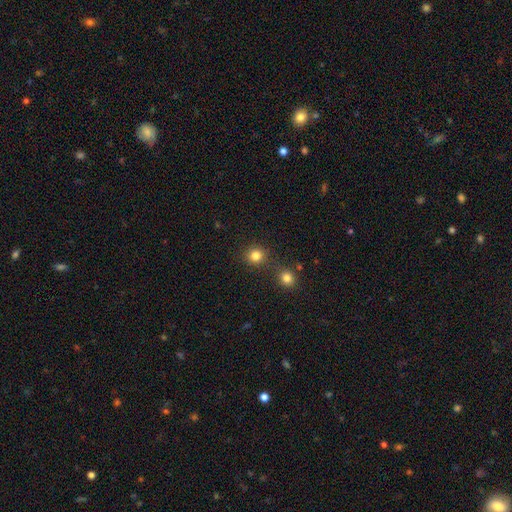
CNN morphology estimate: A smooth galaxy with no disk features (82%) that is round (89%).

Vote fractions:
- Smooth or featured? smooth: 82% / star or artifact: 13% / featured or disk: 5%
- How rounded? round: 89% / in between: 10% / cigar-shaped: 1%
- Merging? none: 78% / merger: 12% / minor disturbance: 7% / major disturbance: 3%